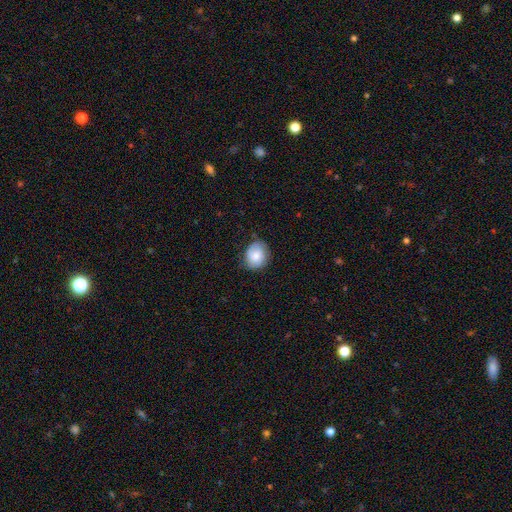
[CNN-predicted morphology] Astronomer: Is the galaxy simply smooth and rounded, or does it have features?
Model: smooth — 74%.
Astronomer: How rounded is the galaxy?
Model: round — 62%.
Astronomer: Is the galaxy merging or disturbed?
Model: none — 70%.